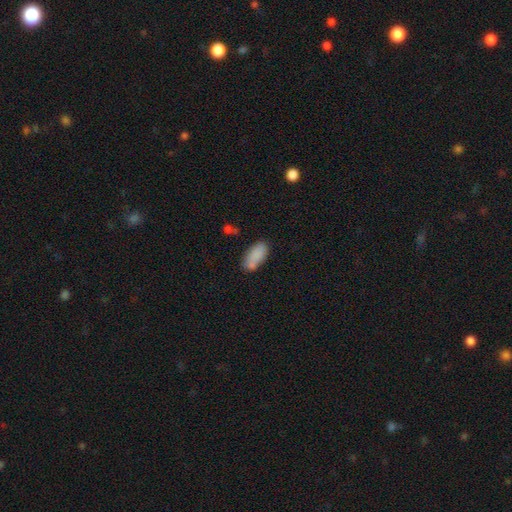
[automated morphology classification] Overall: smooth (84%). How rounded: in between (87%). Merging: none (65%).